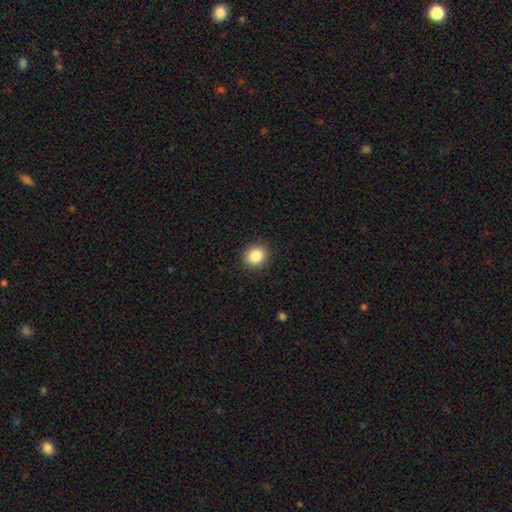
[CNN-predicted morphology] Smooth or featured: smooth — 86% (star or artifact — 9%)
How rounded: round — 74% (in between — 26%)
Merging: none — 90% (minor disturbance — 7%)